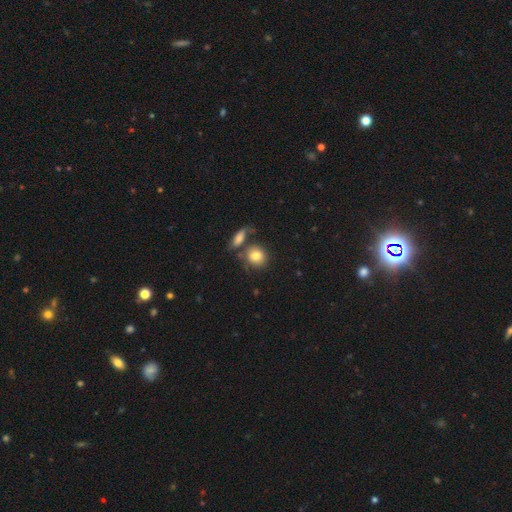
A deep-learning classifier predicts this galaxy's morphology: A smooth galaxy with no disk features (79%) that is round (71%).

Vote fractions:
- Smooth or featured? smooth: 79% / featured or disk: 13% / star or artifact: 8%
- How rounded? round: 71% / in between: 27% / cigar-shaped: 2%
- Merging? none: 53% / merger: 27% / minor disturbance: 14% / major disturbance: 7%